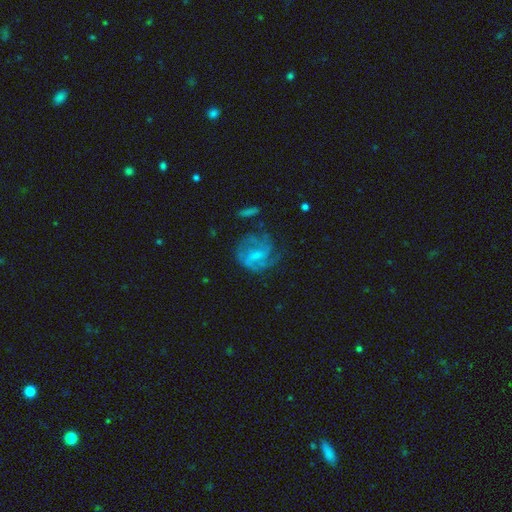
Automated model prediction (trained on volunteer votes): Smooth or featured: featured or disk — 71% (smooth — 19%)
Edge-on disk: no — 98% (yes — 2%)
Bar: weak — 50% (no — 39%)
Spiral arms: yes — 84% (no — 16%)
Spiral winding: medium — 44% (tight — 36%)
Spiral arm count: can't tell — 33% (2 — 27%)
Bulge size: small — 56% (moderate — 26%)
Merging: none — 57% (minor disturbance — 21%)